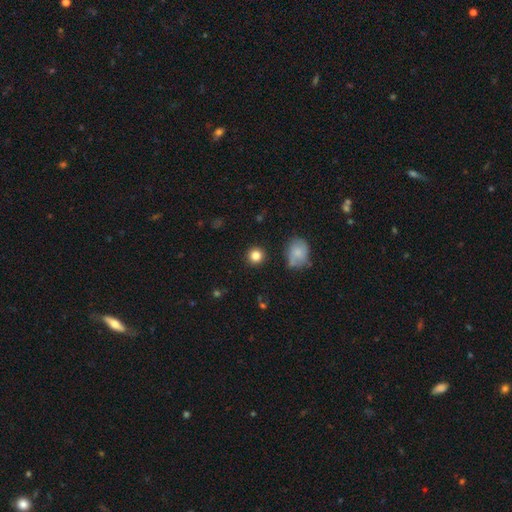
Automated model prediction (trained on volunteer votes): smooth_or_featured: smooth (p=0.83) [alt: star or artifact p=0.11]
how_rounded: round (p=0.92) [alt: in between p=0.07]
merging: none (p=0.89) [alt: minor disturbance p=0.06]